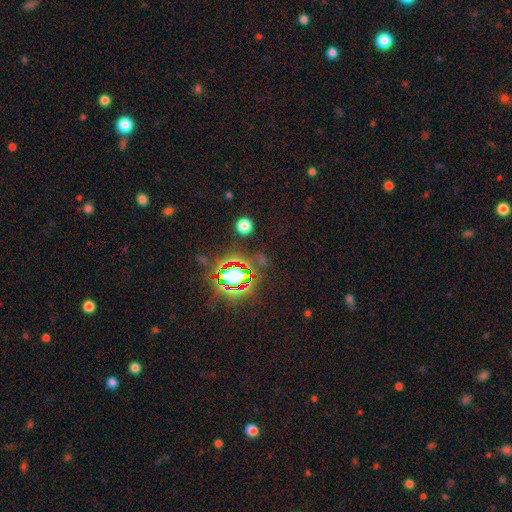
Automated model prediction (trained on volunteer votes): A star or artifact, not a galaxy (81%).

Vote fractions:
- Smooth or featured? star or artifact: 81% / smooth: 11% / featured or disk: 8%